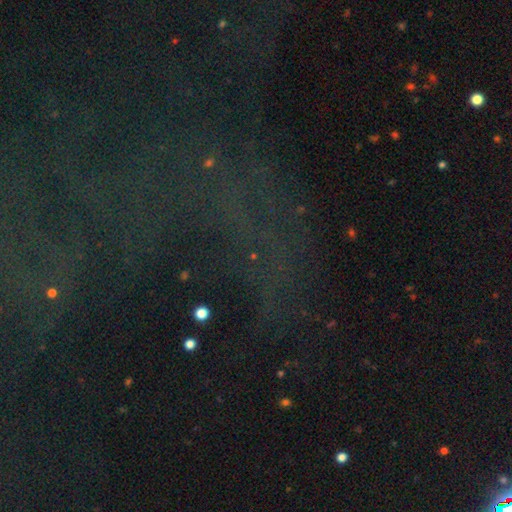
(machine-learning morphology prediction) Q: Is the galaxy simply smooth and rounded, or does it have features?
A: star or artifact — 68%.